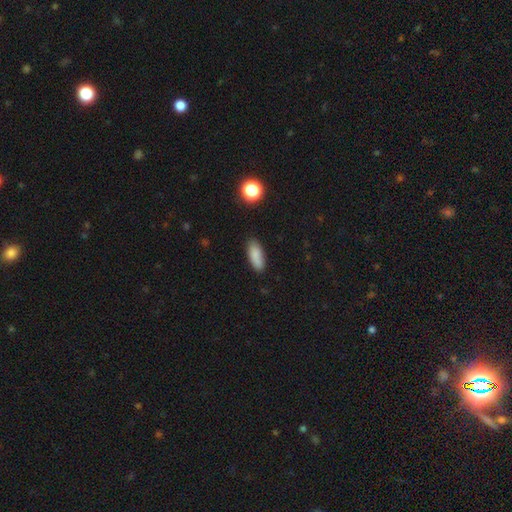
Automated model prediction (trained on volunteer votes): Smooth or featured? smooth (86%)
How rounded? in between (75%)
Merging? none (83%)